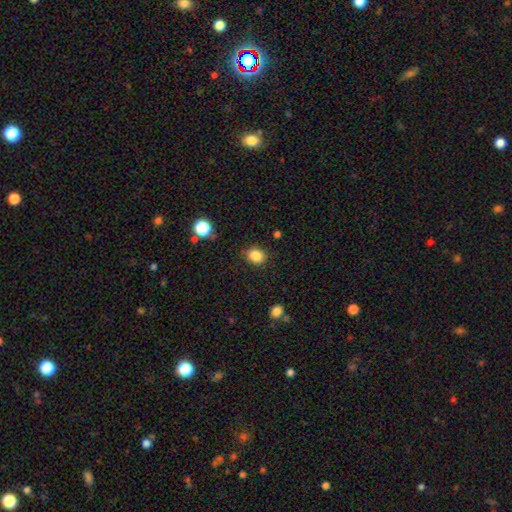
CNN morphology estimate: smooth_or_featured: smooth (p=0.85) [alt: star or artifact p=0.11]
how_rounded: round (p=0.50) [tied with: in between p=0.50]
merging: none (p=0.82) [alt: minor disturbance p=0.13]